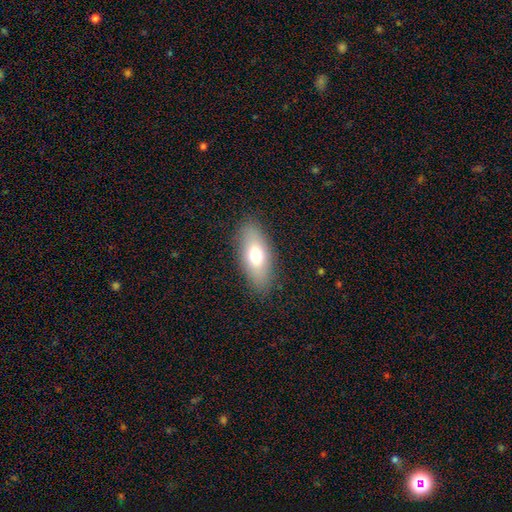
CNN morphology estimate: This appears to be a smooth galaxy with no disk features (70%) that is in between round and cigar-shaped (80%). Merging: none (86%).